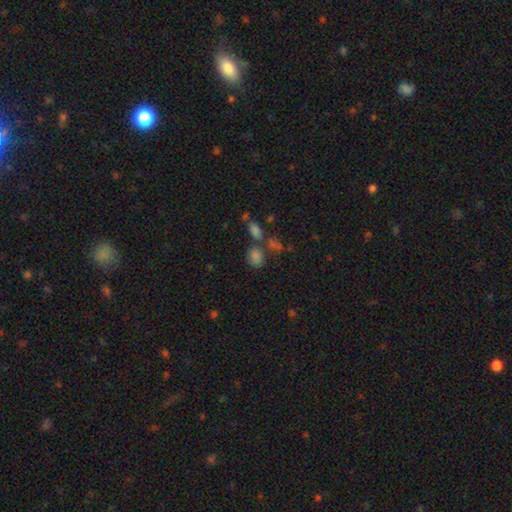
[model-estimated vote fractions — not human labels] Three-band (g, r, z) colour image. It shows a smooth galaxy with no disk features (73%) that is in between round and cigar-shaped (63%). Merging: none (54%).